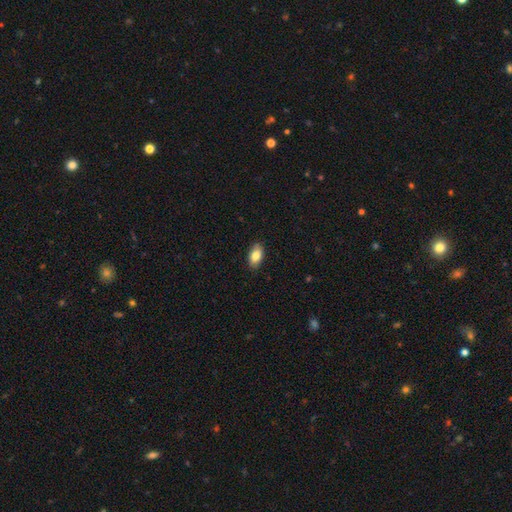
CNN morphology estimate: The model was most divided on "smooth or featured": smooth: 84%, featured or disk: 9%, star or artifact: 7%. More confident: how rounded — in between (92%); merging — none (86%).